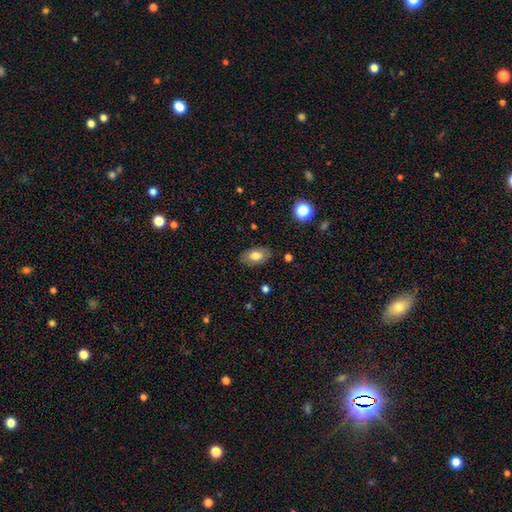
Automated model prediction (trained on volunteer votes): A smooth galaxy with no disk features (76%) that is in between round and cigar-shaped (92%). Merging: none (85%).